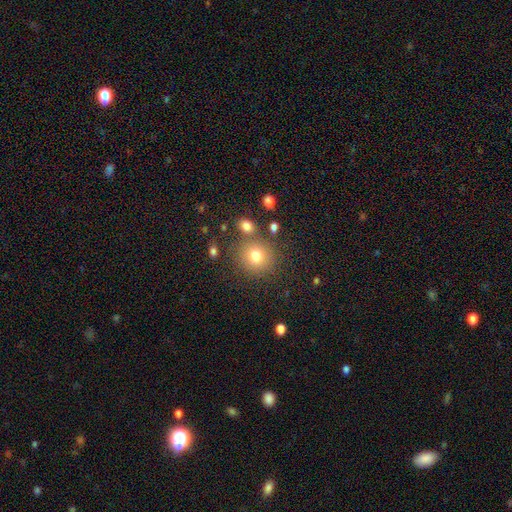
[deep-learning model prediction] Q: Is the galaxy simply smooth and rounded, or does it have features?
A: smooth — 78%.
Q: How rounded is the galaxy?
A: round — 87%.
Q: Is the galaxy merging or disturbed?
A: none — 76%.